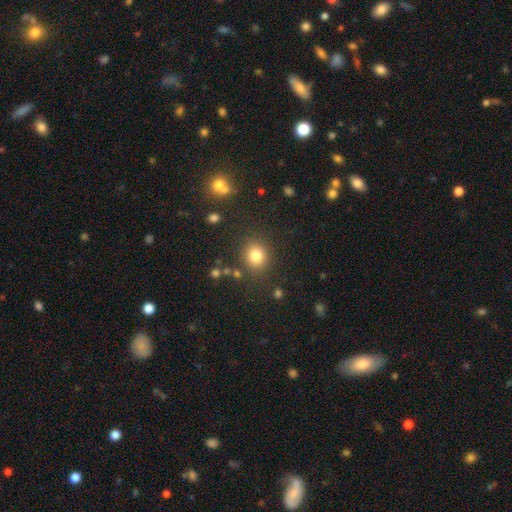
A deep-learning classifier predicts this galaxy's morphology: Q: Smooth or featured?
A: smooth (81%); runner-up: star or artifact (13%)
Q: How rounded?
A: round (81%); runner-up: in between (18%)
Q: Merging?
A: none (83%); runner-up: minor disturbance (10%)